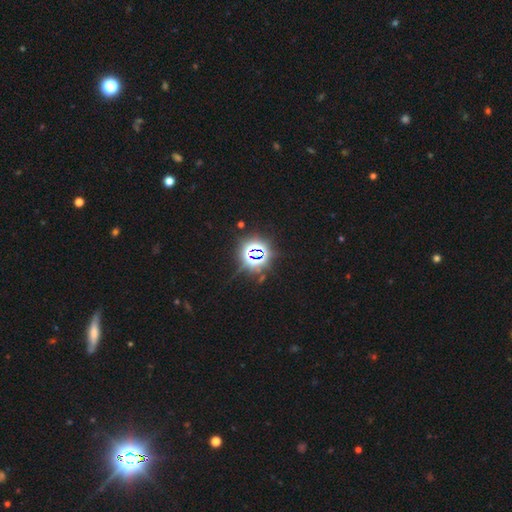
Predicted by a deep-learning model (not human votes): The model was most divided on "smooth or featured": star or artifact: 78%, smooth: 13%, featured or disk: 8%.